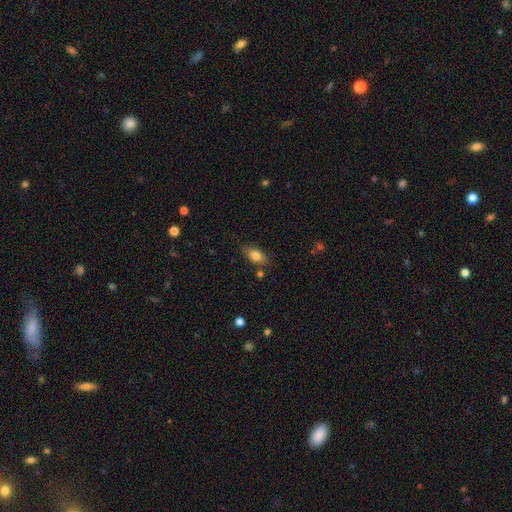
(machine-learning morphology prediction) The model was most divided on "merging": none: 76%, minor disturbance: 17%, major disturbance: 4%, merger: 3%. More confident: how rounded — in between (85%); smooth or featured — smooth (80%).